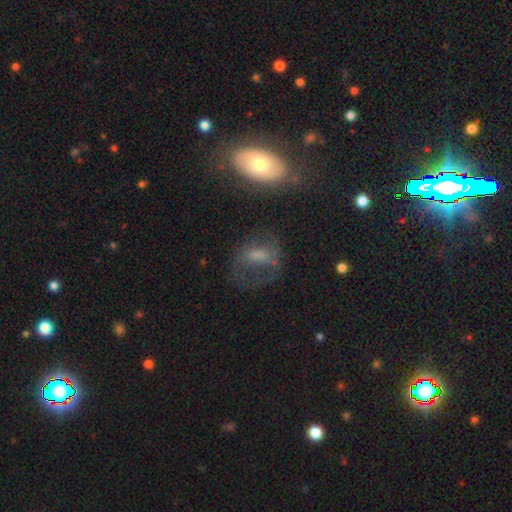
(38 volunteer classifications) Smooth or featured?
  - featured or disk: 53% *
  - smooth: 39%
  - star or artifact: 8%
Edge-on disk?
  - no: 95% *
  - yes: 5%
Bar?
  - weak: 53% *
  - no: 32%
  - strong: 16%
Spiral arms?
  - no: 58% *
  - yes: 42%
Bulge size?
  - moderate: 37% *
  - none: 32%
  - small: 26%
  - large: 5%
  - dominant: 0%
Merging?
  - major disturbance: 40% *
  - none: 37%
  - minor disturbance: 20%
  - merger: 3%